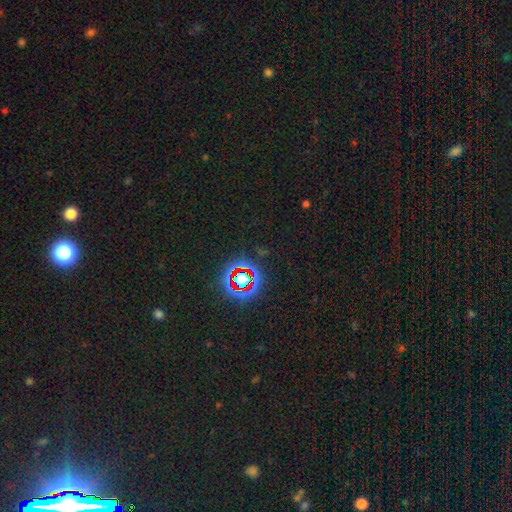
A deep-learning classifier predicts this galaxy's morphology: type=star or artifact (72%).